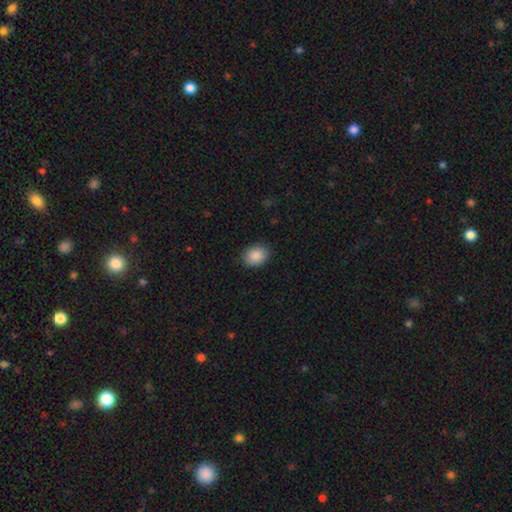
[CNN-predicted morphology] A smooth galaxy with no disk features (89%) that is in between round and cigar-shaped (55%).

Vote fractions:
- Smooth or featured? smooth: 89% / star or artifact: 7% / featured or disk: 4%
- How rounded? in between: 55% / round: 44% / cigar-shaped: 1%
- Merging? none: 86% / minor disturbance: 11% / major disturbance: 2% / merger: 1%